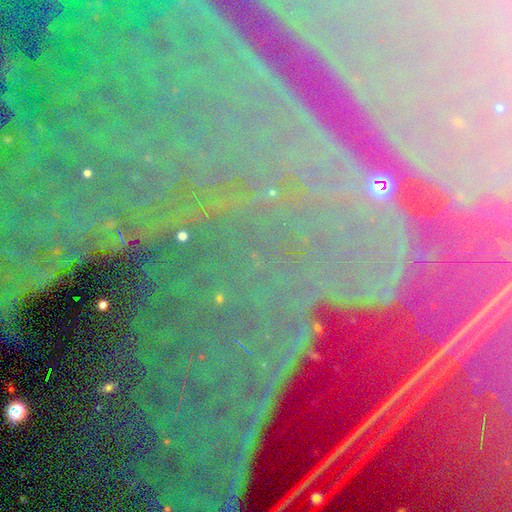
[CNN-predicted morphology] Smooth or featured? Predicted: star or artifact (p=0.86).